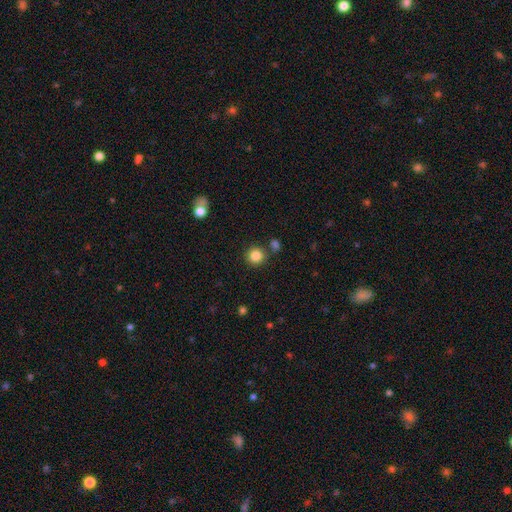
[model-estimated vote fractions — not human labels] Smooth or featured? smooth (85%)
How rounded? round (93%)
Merging? none (84%)